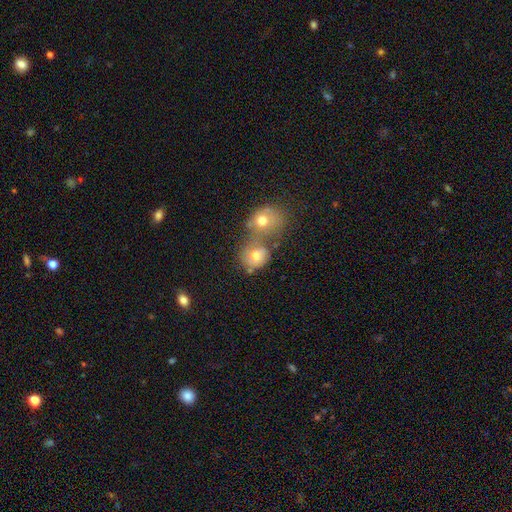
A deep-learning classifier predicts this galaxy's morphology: smooth_or_featured: smooth (p=0.69) [alt: featured or disk p=0.18]
how_rounded: round (p=0.76) [alt: in between p=0.23]
merging: merger (p=0.55) [alt: none p=0.32]